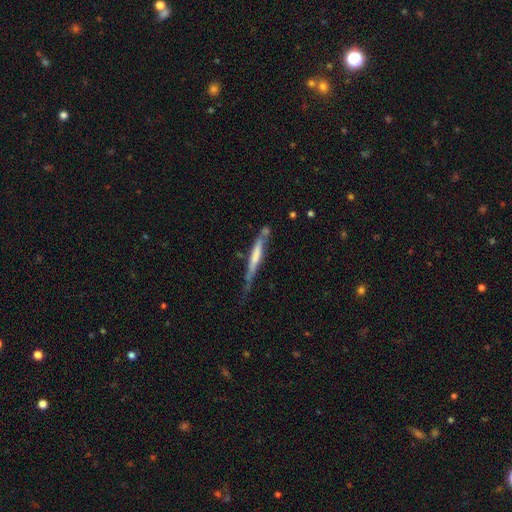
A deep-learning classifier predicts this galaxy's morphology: A featured or disk galaxy (51%) viewed edge-on (89%). Merging: none (49%).